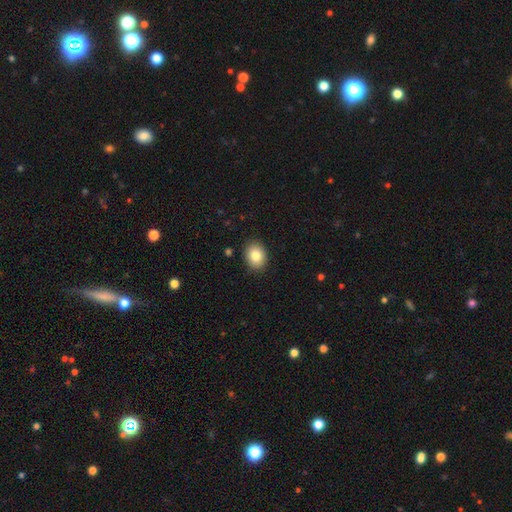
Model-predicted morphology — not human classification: Smooth or featured?
  - smooth: 83% *
  - featured or disk: 9%
  - star or artifact: 8%
How rounded?
  - in between: 61% *
  - round: 38%
  - cigar-shaped: 1%
Merging?
  - none: 89% *
  - minor disturbance: 8%
  - major disturbance: 2%
  - merger: 1%